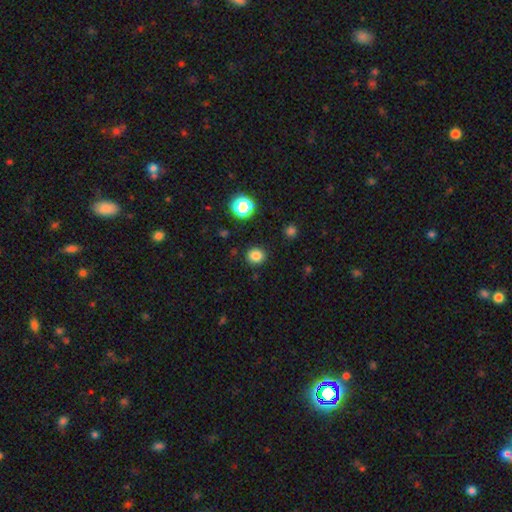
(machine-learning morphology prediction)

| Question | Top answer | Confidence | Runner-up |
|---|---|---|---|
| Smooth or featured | smooth | 83% | star or artifact (13%) |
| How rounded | round | 81% | in between (18%) |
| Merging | none | 89% | minor disturbance (7%) |